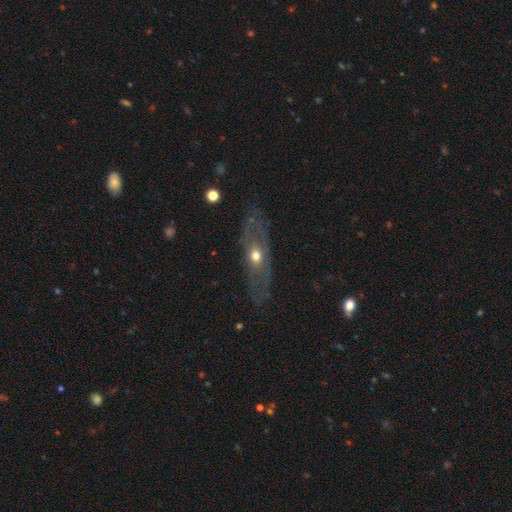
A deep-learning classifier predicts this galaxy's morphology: A featured or disk galaxy (64%). Merging: none (77%).